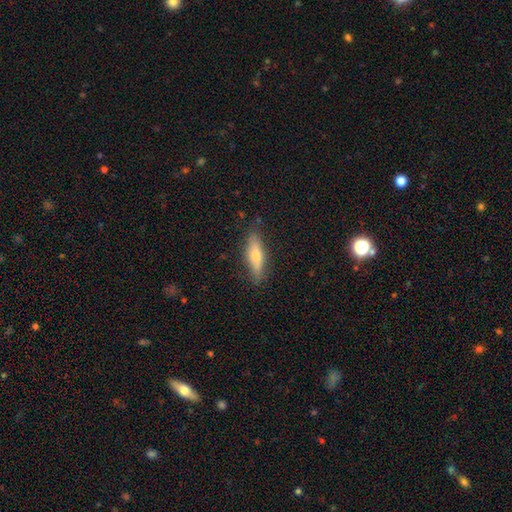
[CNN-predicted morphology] Overall: smooth (57%; featured or disk 36%). How rounded: cigar-shaped (68%; in between 30%). Merging: none (84%).